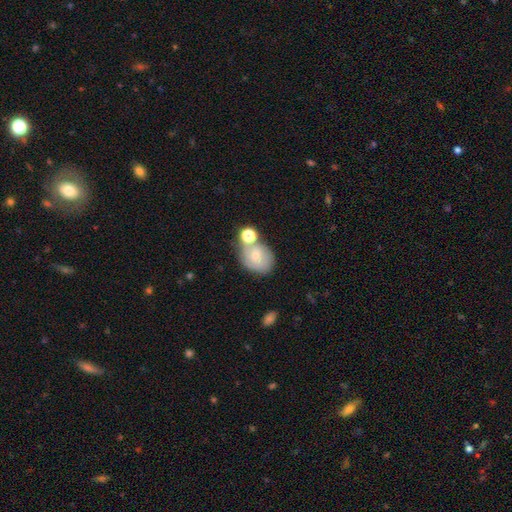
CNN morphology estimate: Q: Smooth or featured?
A: smooth (59%); runner-up: featured or disk (31%)
Q: How rounded?
A: in between (51%); runner-up: round (48%)
Q: Merging?
A: none (43%); runner-up: merger (30%)